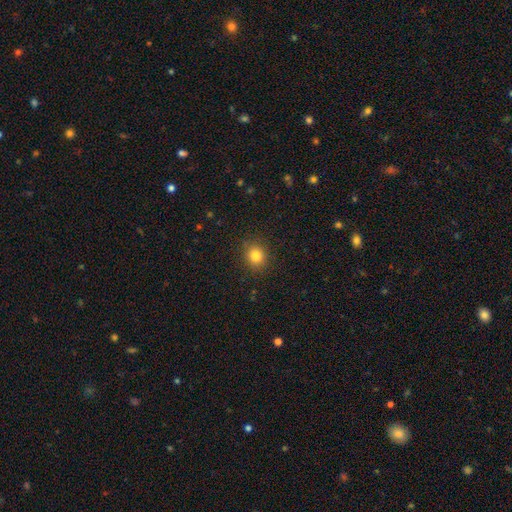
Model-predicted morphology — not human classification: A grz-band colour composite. It shows a smooth galaxy with no disk features (82%) that is round (77%). Merging: none (88%).